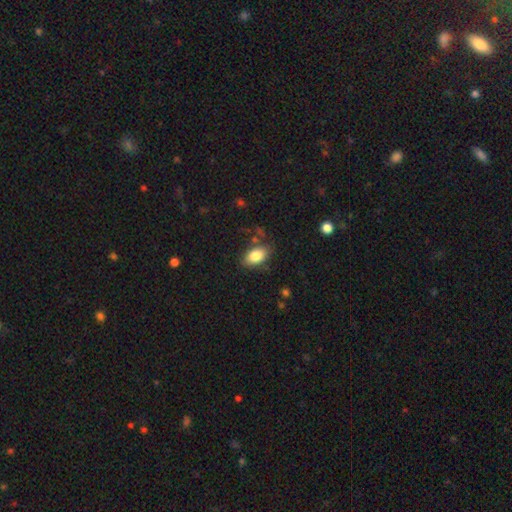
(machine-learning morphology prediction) Q: Smooth or featured?
A: smooth (83%); runner-up: featured or disk (9%)
Q: How rounded?
A: in between (91%); runner-up: round (7%)
Q: Merging?
A: none (76%); runner-up: minor disturbance (16%)